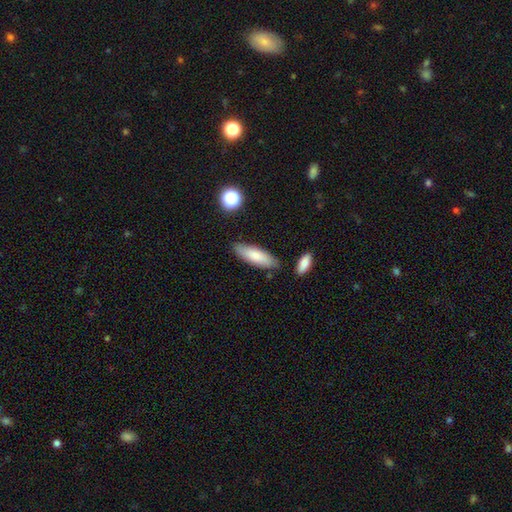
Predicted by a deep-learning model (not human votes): This is likely a smooth galaxy (78%). How rounded: possibly in between (51%). Merging: likely none (80%).